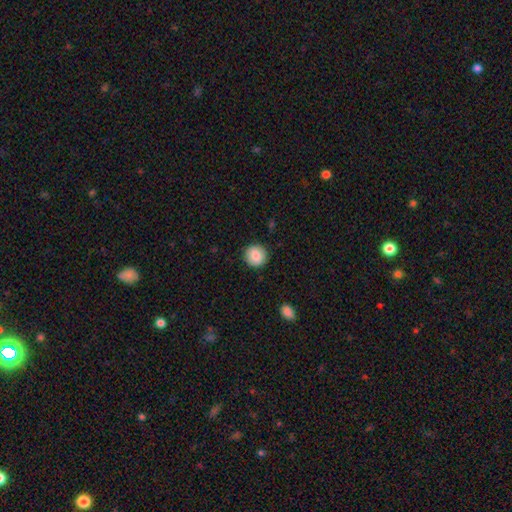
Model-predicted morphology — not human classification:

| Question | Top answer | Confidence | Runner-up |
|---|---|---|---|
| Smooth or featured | smooth | 87% | star or artifact (8%) |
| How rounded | round | 93% | in between (6%) |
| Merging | none | 91% | minor disturbance (6%) |